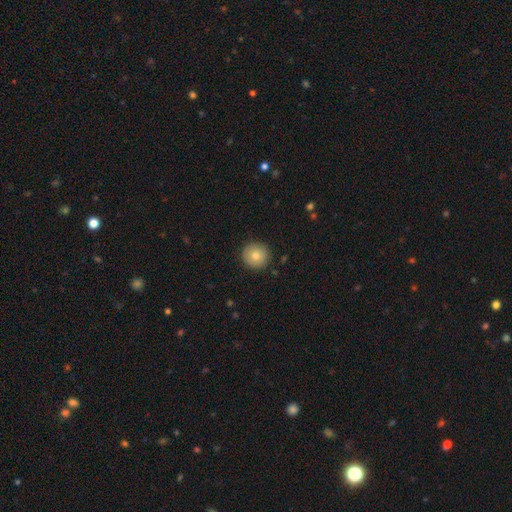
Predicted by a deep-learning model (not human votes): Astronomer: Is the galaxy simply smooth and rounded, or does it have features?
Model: smooth — 76%.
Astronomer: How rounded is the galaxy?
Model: round — 95%.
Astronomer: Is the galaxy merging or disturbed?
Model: none — 90%.